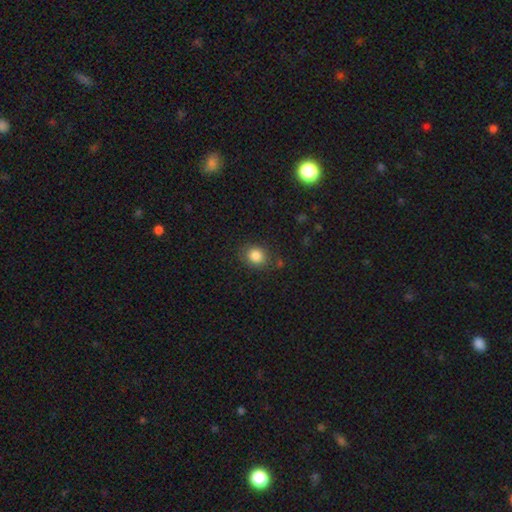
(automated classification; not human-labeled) A smooth galaxy with no disk features (85%) that is round (66%).

Vote fractions:
- Smooth or featured? smooth: 85% / star or artifact: 10% / featured or disk: 5%
- How rounded? round: 66% / in between: 33% / cigar-shaped: 1%
- Merging? none: 81% / minor disturbance: 12% / major disturbance: 4% / merger: 2%